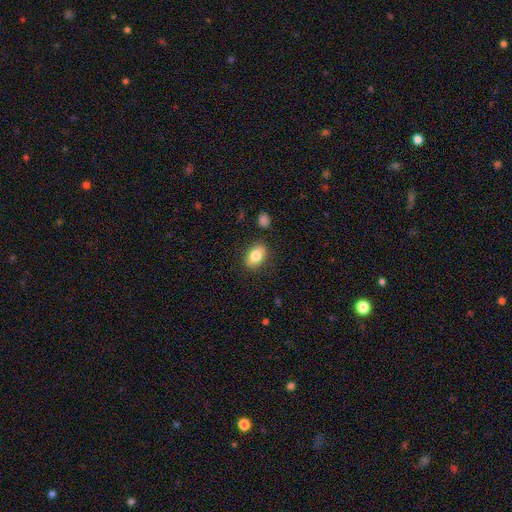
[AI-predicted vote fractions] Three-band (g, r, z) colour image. It shows a smooth galaxy with no disk features (77%) that is in between round and cigar-shaped (85%). Merging: none (85%).